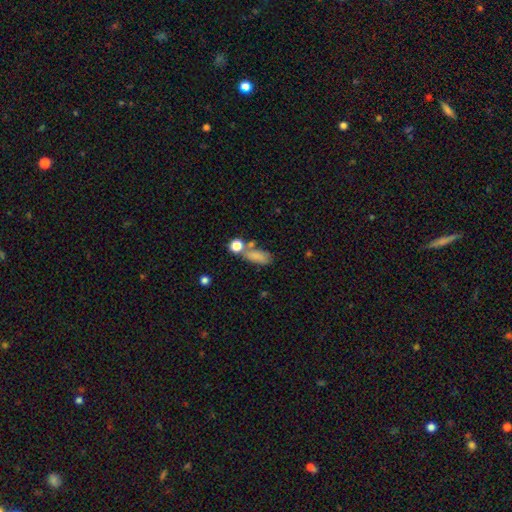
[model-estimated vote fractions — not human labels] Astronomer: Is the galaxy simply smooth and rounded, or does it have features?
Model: smooth — 77%.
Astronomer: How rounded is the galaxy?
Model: in between — 69%.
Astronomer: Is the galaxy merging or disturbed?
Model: none — 48% (runner-up: merger, 26%).